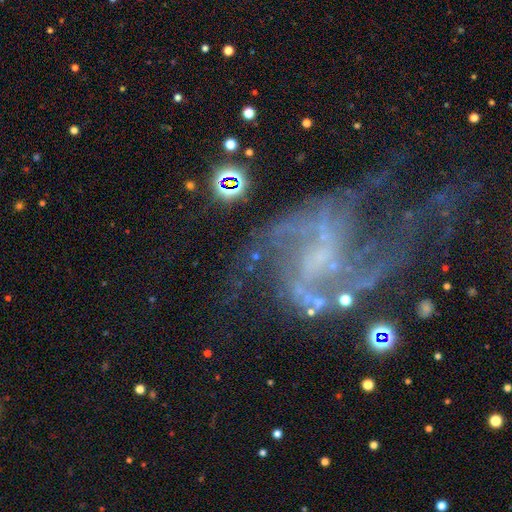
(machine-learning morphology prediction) Q: Smooth or featured?
A: featured or disk (73%); runner-up: star or artifact (17%)
Q: Edge-on disk?
A: no (97%); runner-up: yes (3%)
Q: Bar?
A: no (54%); runner-up: weak (32%)
Q: Spiral arms?
A: yes (83%); runner-up: no (17%)
Q: Spiral winding?
A: medium (43%); runner-up: loose (35%)
Q: Spiral arm count?
A: 2 (55%); runner-up: can't tell (19%)
Q: Bulge size?
A: none (43%); runner-up: small (40%)
Q: Merging?
A: none (52%); runner-up: major disturbance (24%)